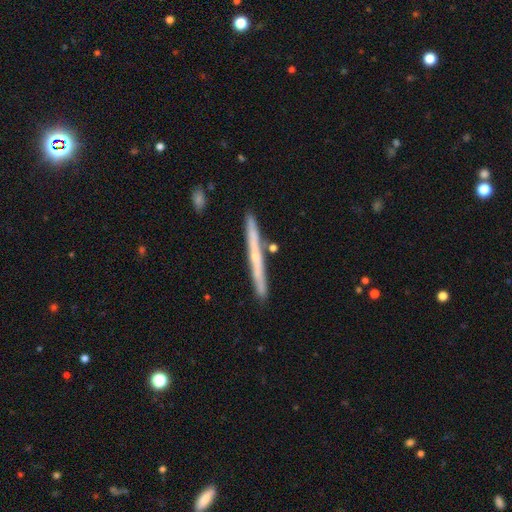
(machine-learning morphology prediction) Smooth or featured?
  - featured or disk: 59% *
  - smooth: 34%
  - star or artifact: 6%
Edge-on disk?
  - yes: 97% *
  - no: 3%
Edge-on bulge?
  - none: 59% *
  - rounded: 38%
  - boxy: 3%
Merging?
  - none: 88% *
  - minor disturbance: 7%
  - merger: 3%
  - major disturbance: 1%